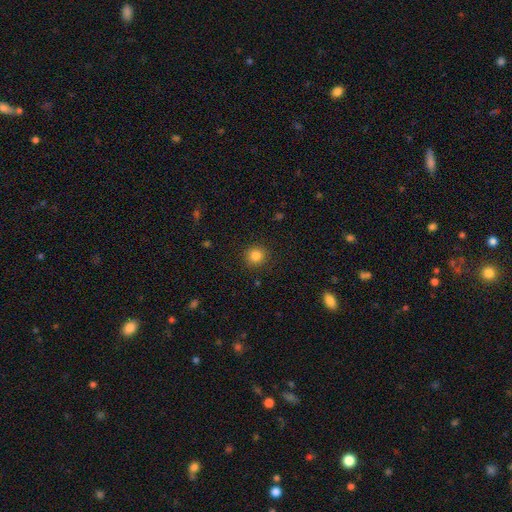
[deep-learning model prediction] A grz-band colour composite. It shows a smooth galaxy with no disk features (84%) that is round (91%). Merging: none (91%).